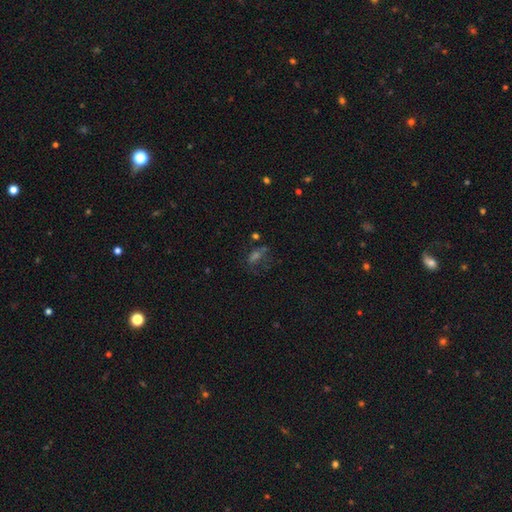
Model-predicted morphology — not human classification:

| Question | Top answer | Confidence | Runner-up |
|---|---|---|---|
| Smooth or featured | star or artifact | 36% | smooth (35%) |